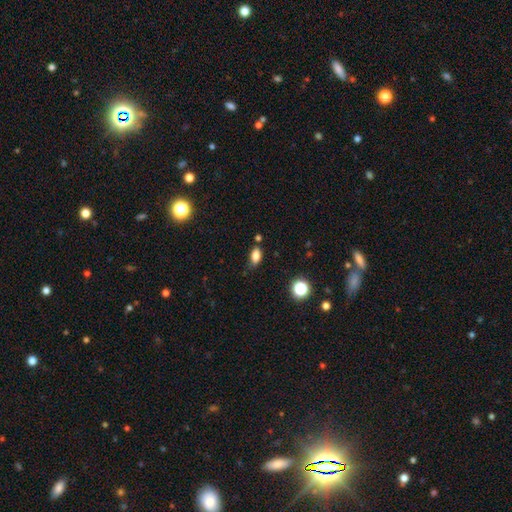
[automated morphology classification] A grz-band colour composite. It shows a smooth galaxy with no disk features (81%) that is in between round and cigar-shaped (84%). Merging: none (69%).